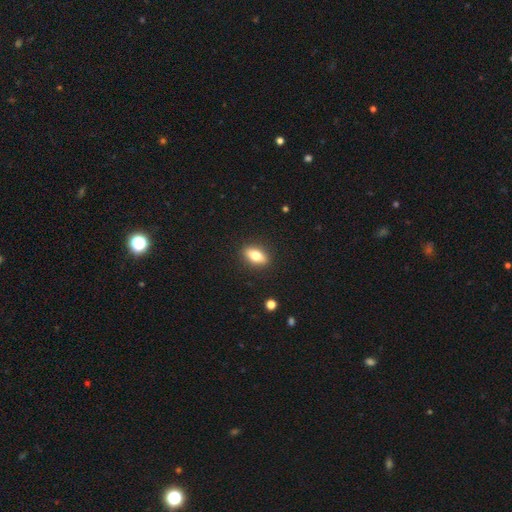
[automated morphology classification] smooth 69%, featured or disk 24%, star or artifact 8%. Down the decision tree: how rounded — in between (78%); merging — none (89%).